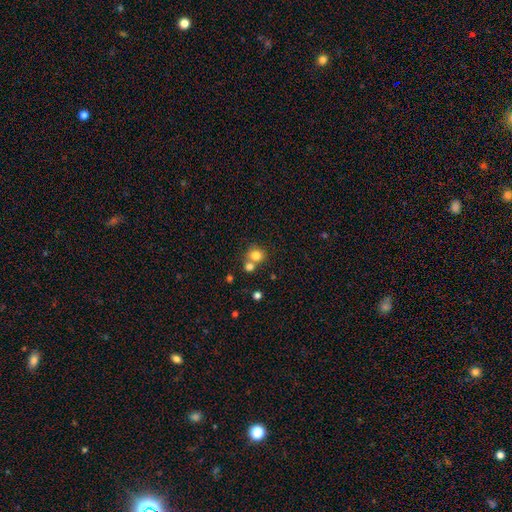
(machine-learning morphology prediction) smooth 80%, star or artifact 12%, featured or disk 9%. Down the decision tree: how rounded — round (84%); merging — none (54%).